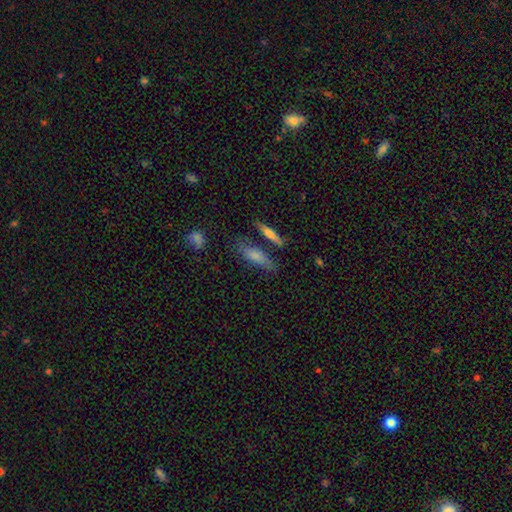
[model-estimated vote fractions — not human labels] A smooth galaxy with no disk features (70%) that is cigar-shaped (58%).

Vote fractions:
- Smooth or featured? smooth: 70% / featured or disk: 22% / star or artifact: 8%
- How rounded? cigar-shaped: 58% / in between: 39% / round: 3%
- Merging? none: 66% / minor disturbance: 17% / merger: 12% / major disturbance: 5%